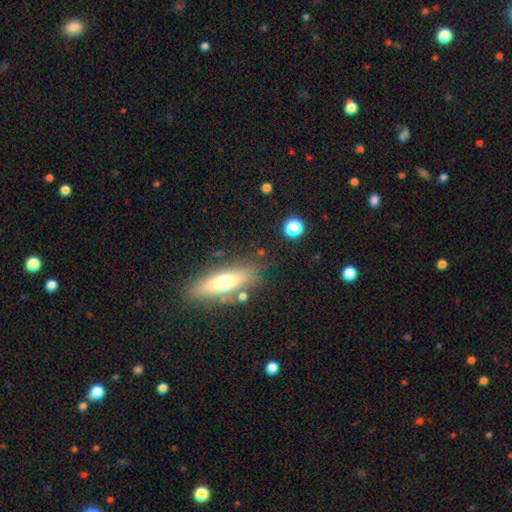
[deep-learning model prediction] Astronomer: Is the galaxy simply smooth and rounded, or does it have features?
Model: smooth — 50% (runner-up: featured or disk, 41%).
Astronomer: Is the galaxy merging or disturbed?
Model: none — 81%.